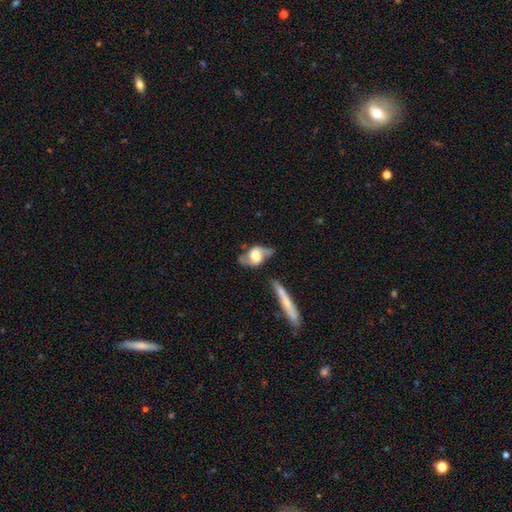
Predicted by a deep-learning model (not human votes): Morphology: type=featured or disk (67%); edge-on=no (84%); bar=no (45%); spiral arms=yes (79%); bulge=moderate (47%); merging=none (57%).